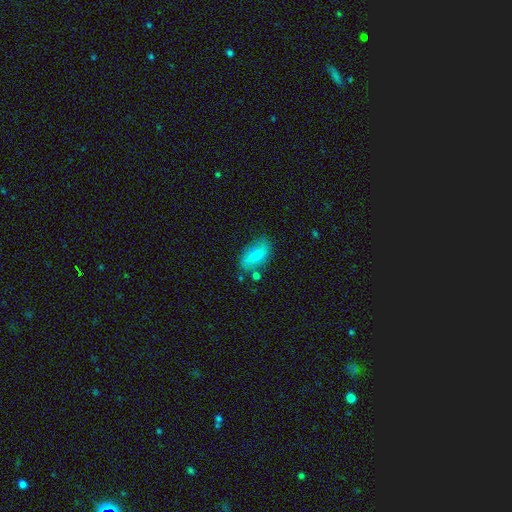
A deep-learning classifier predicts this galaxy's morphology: Smooth or featured? Predicted: smooth (p=0.58). How rounded? Predicted: in between (p=0.88). Merging? Predicted: none (p=0.74).